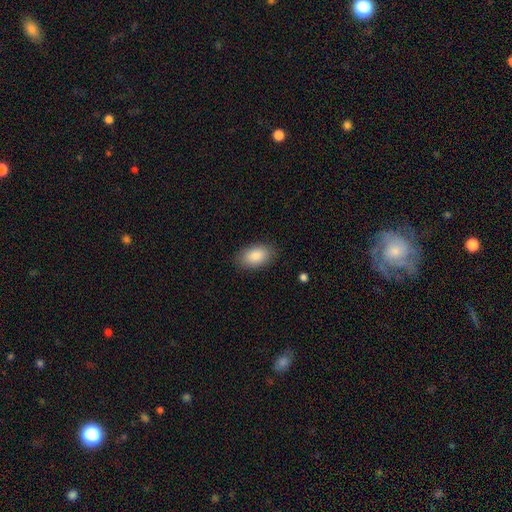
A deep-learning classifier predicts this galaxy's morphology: Q: Smooth or featured?
A: smooth (88%); runner-up: star or artifact (7%)
Q: How rounded?
A: in between (92%); runner-up: round (6%)
Q: Merging?
A: none (86%); runner-up: minor disturbance (10%)